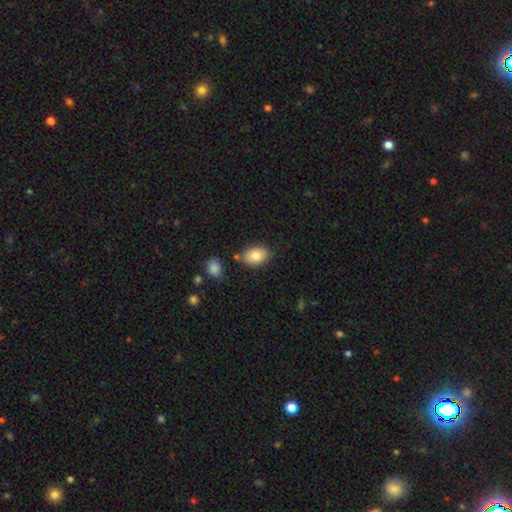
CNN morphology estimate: Overall: smooth (81%). How rounded: in between (81%). Merging: none (78%).